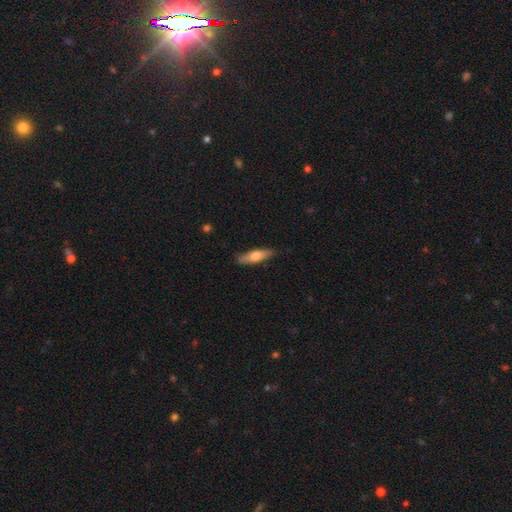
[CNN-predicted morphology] type=smooth (62%); roundness=cigar-shaped (64%); merging=none (84%).